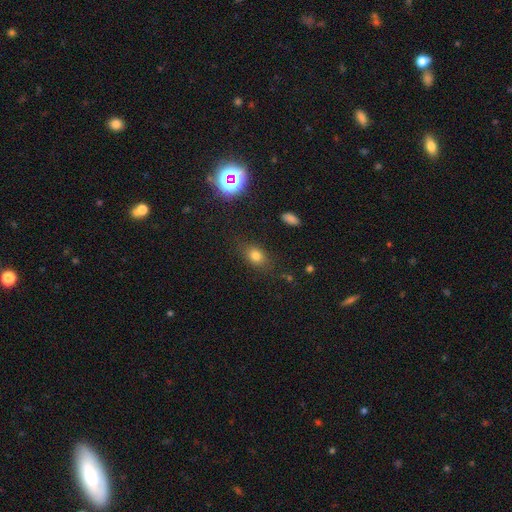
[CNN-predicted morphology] smooth-or-featured: smooth: 75% | star or artifact: 16% | featured or disk: 9%
  how-rounded: in between: 66% | round: 31% | cigar-shaped: 3%
  merging: none: 79% | minor disturbance: 14% | major disturbance: 5% | merger: 2%